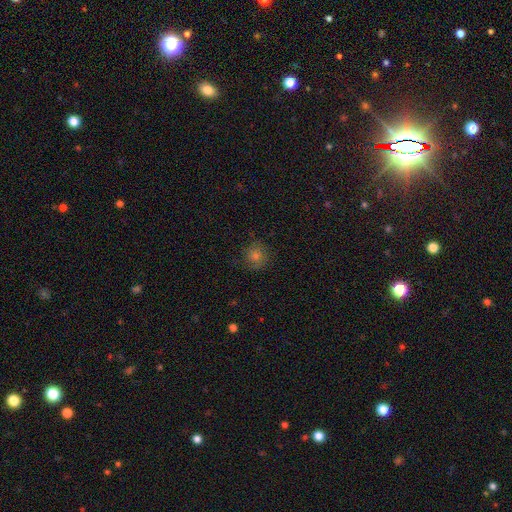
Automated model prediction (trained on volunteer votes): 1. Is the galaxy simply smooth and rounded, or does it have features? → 60% smooth, 20% star or artifact, 19% featured or disk.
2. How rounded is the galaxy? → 91% round, 8% in between, 1% cigar-shaped.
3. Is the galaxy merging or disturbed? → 81% none, 13% minor disturbance, 5% major disturbance, 1% merger.